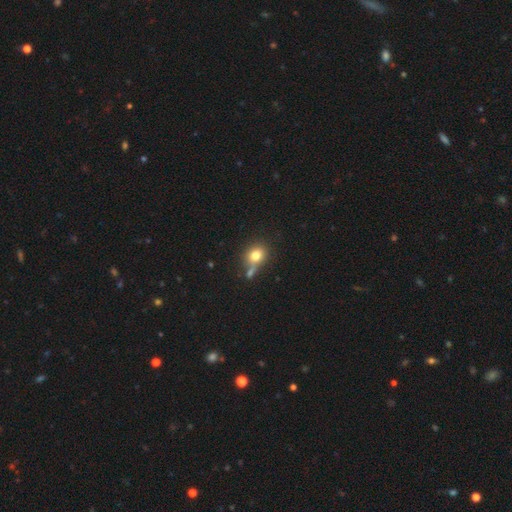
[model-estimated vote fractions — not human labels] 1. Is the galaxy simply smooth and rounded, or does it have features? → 78% smooth, 11% star or artifact, 11% featured or disk.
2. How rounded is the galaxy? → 65% round, 34% in between, 1% cigar-shaped.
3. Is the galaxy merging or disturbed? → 54% none, 22% merger, 17% minor disturbance, 8% major disturbance.